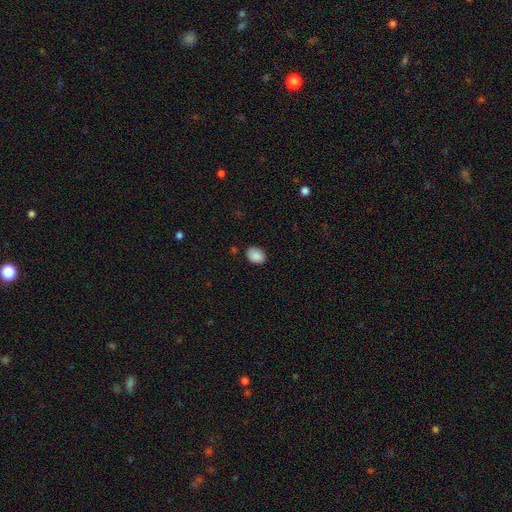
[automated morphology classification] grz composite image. It shows a smooth galaxy with no disk features (89%) that is in between round and cigar-shaped (74%). Merging: none (86%).